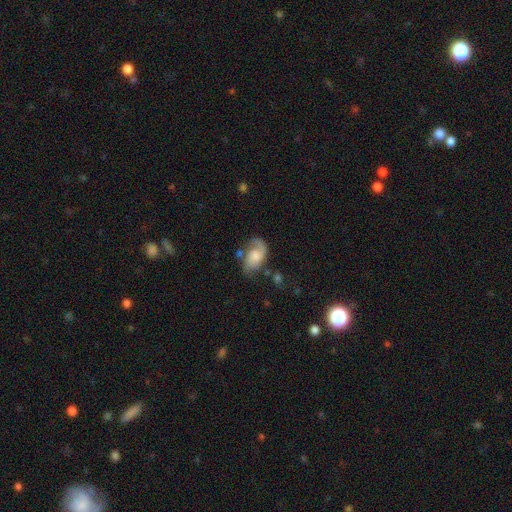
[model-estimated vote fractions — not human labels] Smooth or featured: featured or disk — 68% (smooth — 24%)
Edge-on disk: no — 97% (yes — 3%)
Bar: no — 61% (weak — 33%)
Spiral arms: yes — 92% (no — 8%)
Spiral winding: medium — 44% (loose — 31%)
Spiral arm count: 2 — 60% (1 — 30%)
Bulge size: moderate — 39% (small — 28%)
Merging: none — 53% (minor disturbance — 24%)